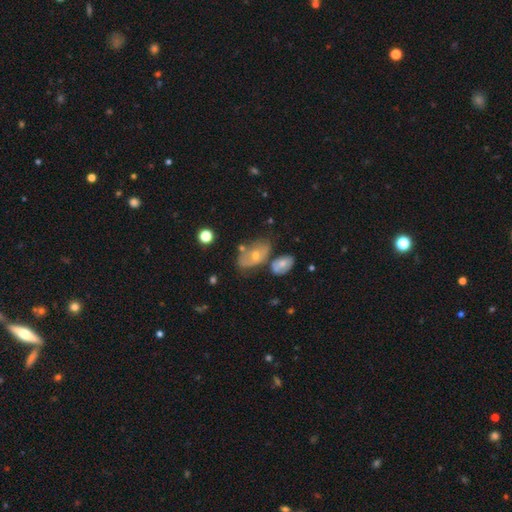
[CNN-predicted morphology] Smooth or featured? featured or disk (45%)
Merging? none (49%)